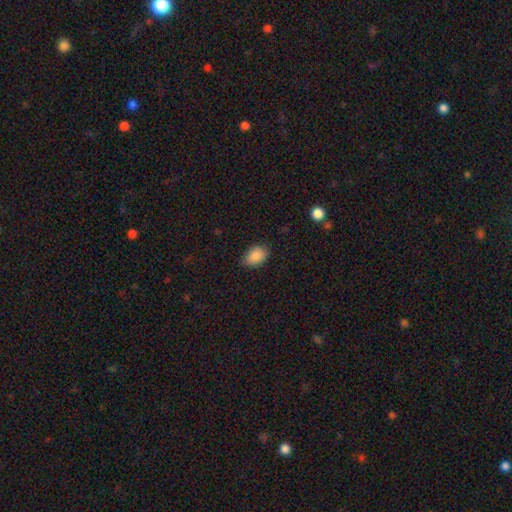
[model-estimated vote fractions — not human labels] smooth 88%, star or artifact 7%, featured or disk 4%. Down the decision tree: how rounded — in between (85%); merging — none (79%).